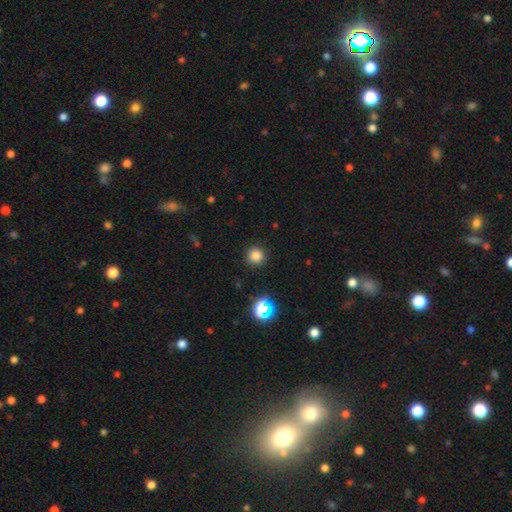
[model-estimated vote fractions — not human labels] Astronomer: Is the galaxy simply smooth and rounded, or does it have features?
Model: smooth — 80%.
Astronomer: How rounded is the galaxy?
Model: round — 95%.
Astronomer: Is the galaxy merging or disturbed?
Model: none — 91%.